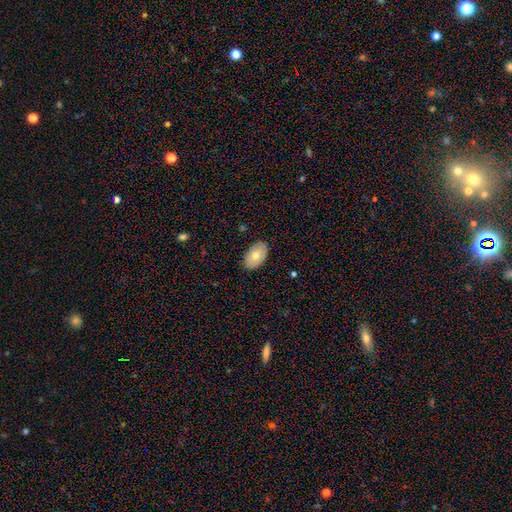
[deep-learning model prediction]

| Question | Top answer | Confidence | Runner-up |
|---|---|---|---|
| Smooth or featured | smooth | 72% | featured or disk (22%) |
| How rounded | in between | 93% | round (6%) |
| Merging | none | 87% | minor disturbance (10%) |